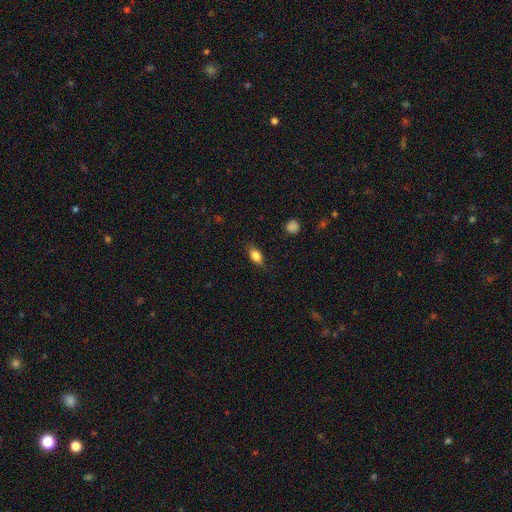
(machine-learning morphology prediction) Smooth or featured? Predicted: smooth (p=0.82). How rounded? Predicted: in between (p=0.83). Merging? Predicted: none (p=0.82).